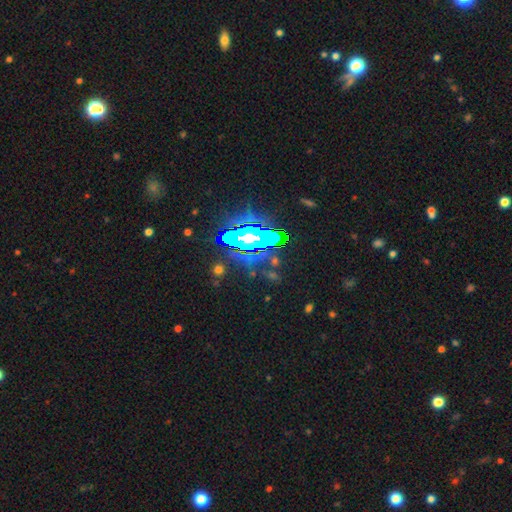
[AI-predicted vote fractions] Smooth or featured: star or artifact — 71% (featured or disk — 16%)